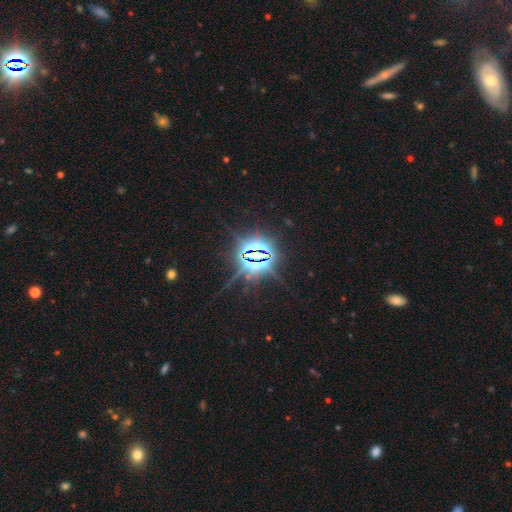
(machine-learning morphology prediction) smooth-or-featured: star or artifact: 85% | featured or disk: 8% | smooth: 7%